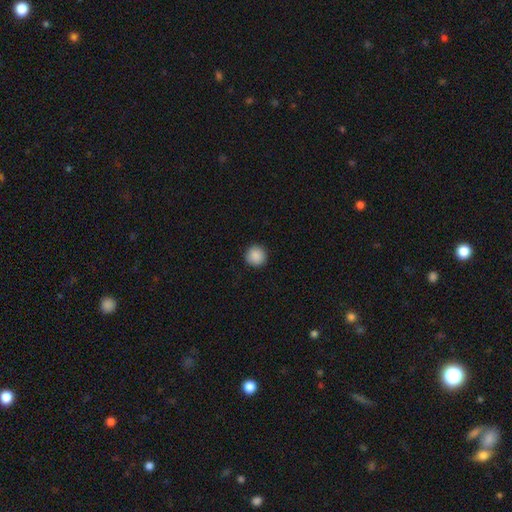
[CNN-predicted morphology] This appears to be a smooth galaxy with no disk features (89%) that is round (95%). Merging: none (93%).